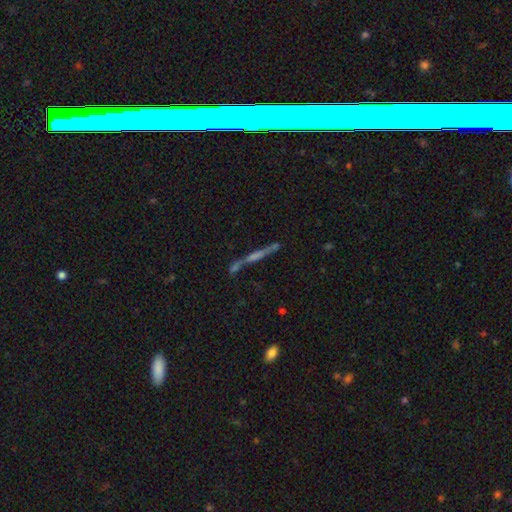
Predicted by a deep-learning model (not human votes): This is marginally a star or artifact rather than a galaxy (41%).